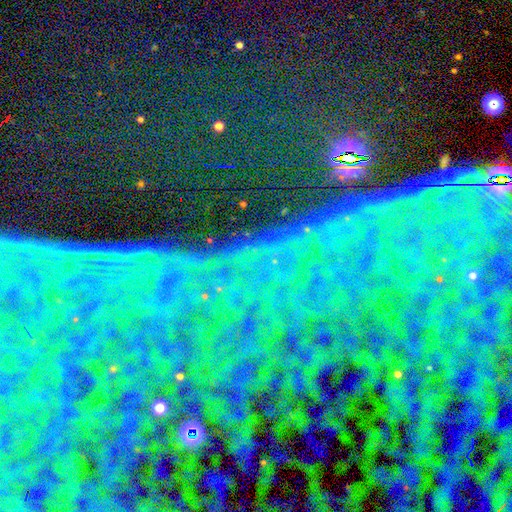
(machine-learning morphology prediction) This is clearly a star or artifact rather than a galaxy (85%).